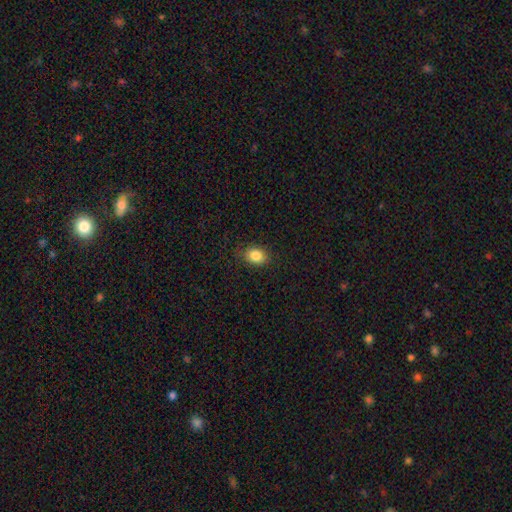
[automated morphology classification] Smooth or featured? Predicted: smooth (p=0.85). How rounded? Predicted: in between (p=0.63). Merging? Predicted: none (p=0.86).